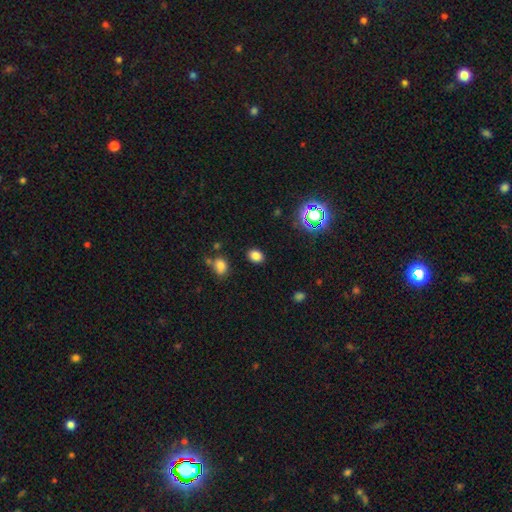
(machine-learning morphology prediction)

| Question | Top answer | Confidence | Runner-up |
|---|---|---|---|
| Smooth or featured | smooth | 80% | star or artifact (15%) |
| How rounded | in between | 65% | round (34%) |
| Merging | none | 87% | minor disturbance (8%) |